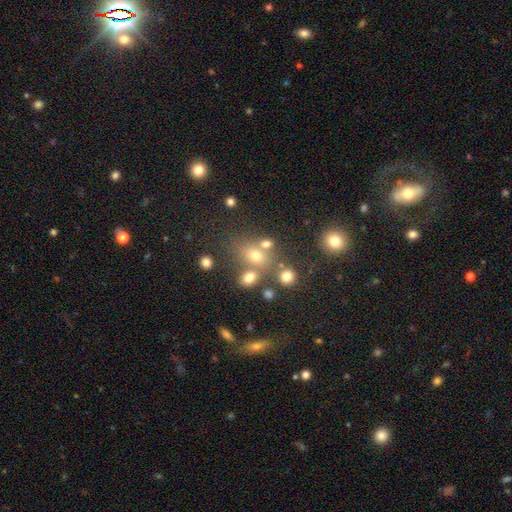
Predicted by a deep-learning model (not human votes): smooth_or_featured: smooth (p=0.63) [alt: star or artifact p=0.23]
how_rounded: round (p=0.51) [alt: in between p=0.47]
merging: none (p=0.57) [alt: merger p=0.24]